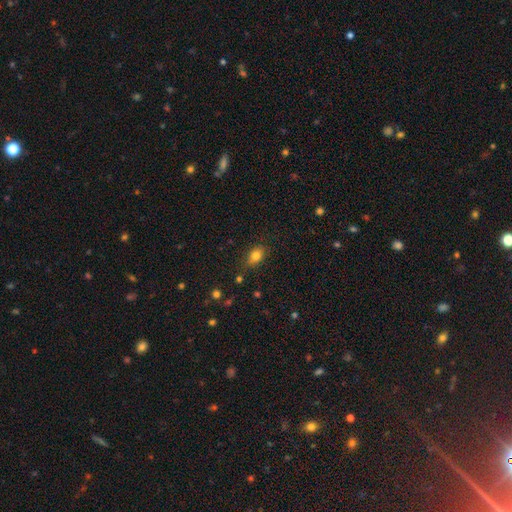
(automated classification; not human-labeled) smooth 81%, star or artifact 11%, featured or disk 8%. Down the decision tree: how rounded — in between (77%); merging — none (76%).